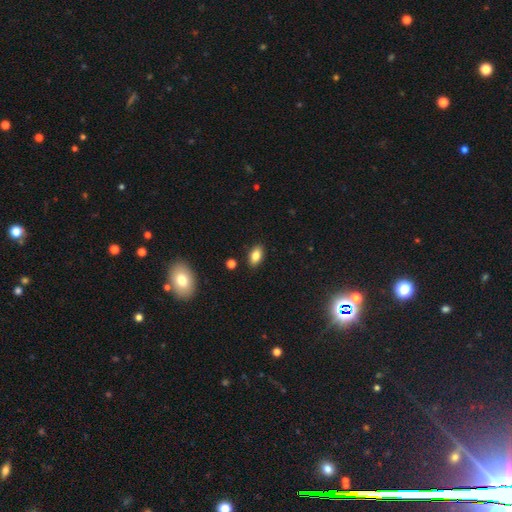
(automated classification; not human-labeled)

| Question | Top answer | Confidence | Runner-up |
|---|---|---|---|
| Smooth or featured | smooth | 83% | star or artifact (9%) |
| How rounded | in between | 91% | round (5%) |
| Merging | none | 88% | minor disturbance (9%) |